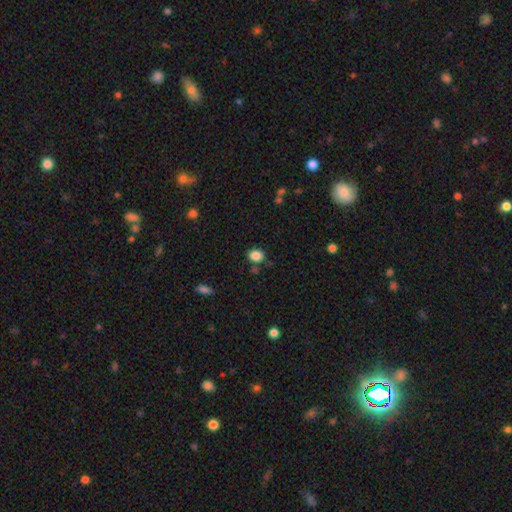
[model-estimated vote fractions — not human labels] The model was most divided on "how rounded": in between: 54%, round: 45%, cigar-shaped: 1%. More confident: smooth or featured — smooth (86%); merging — none (78%).